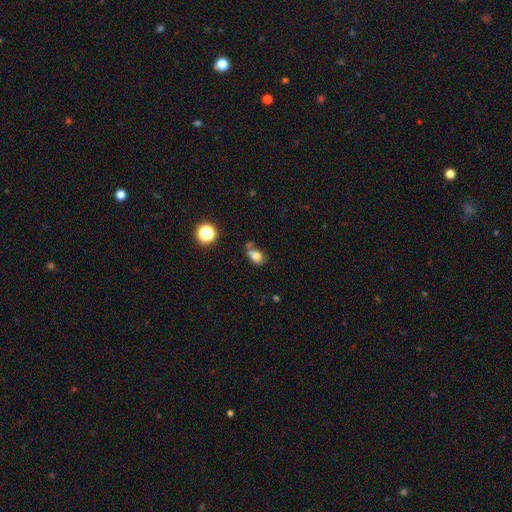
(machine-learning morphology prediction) Smooth or featured? smooth (78%)
How rounded? in between (74%)
Merging? none (46%)